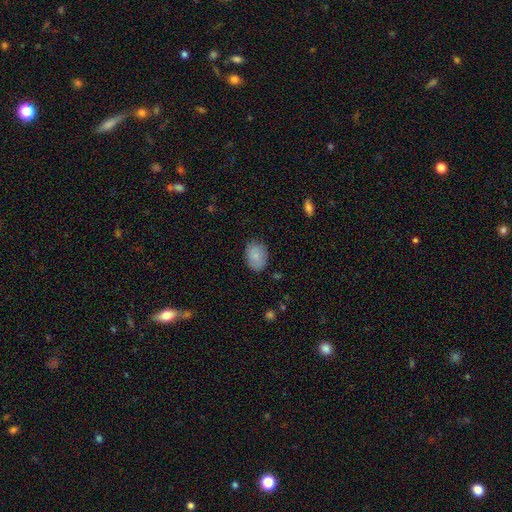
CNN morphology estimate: The model was most divided on "how rounded": in between: 74%, round: 25%, cigar-shaped: 1%. More confident: smooth or featured — smooth (83%); merging — none (80%).